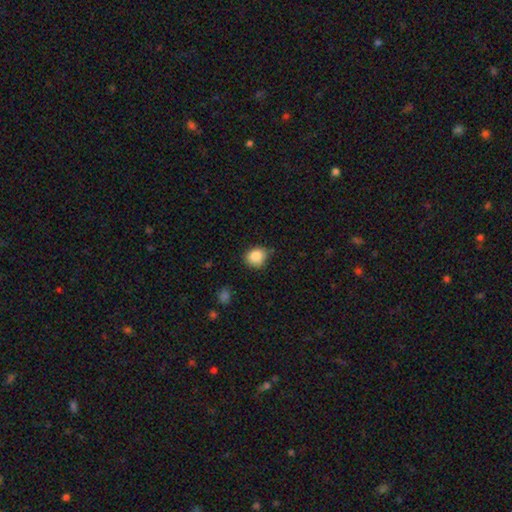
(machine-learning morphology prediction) smooth_or_featured: smooth (p=0.86) [alt: star or artifact p=0.09]
how_rounded: round (p=0.72) [alt: in between p=0.27]
merging: none (p=0.72) [alt: minor disturbance p=0.22]